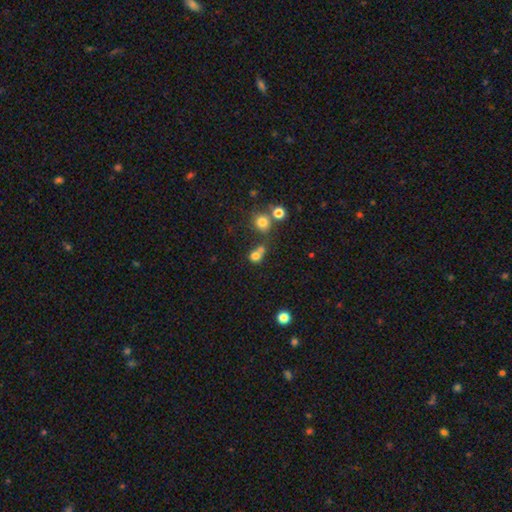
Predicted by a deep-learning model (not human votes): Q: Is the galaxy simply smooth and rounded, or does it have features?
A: smooth — 74%.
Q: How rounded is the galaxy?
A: round — 71%.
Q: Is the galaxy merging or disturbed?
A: none — 43%.